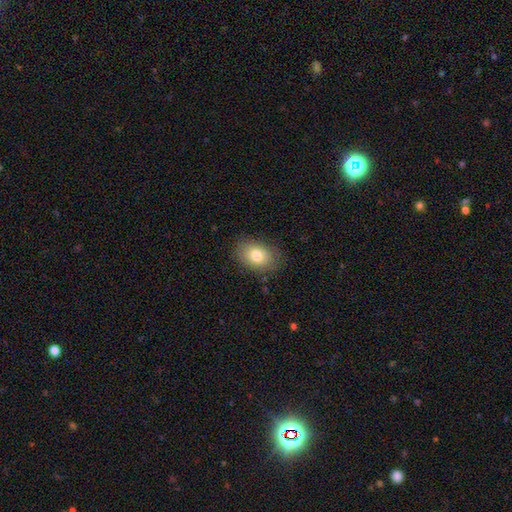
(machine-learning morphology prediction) Smooth or featured?
  - smooth: 80% *
  - featured or disk: 11%
  - star or artifact: 9%
How rounded?
  - in between: 79% *
  - round: 20%
  - cigar-shaped: 1%
Merging?
  - none: 83% *
  - minor disturbance: 13%
  - major disturbance: 3%
  - merger: 1%